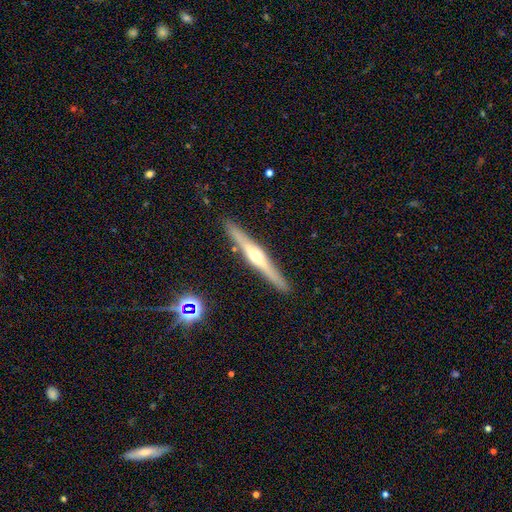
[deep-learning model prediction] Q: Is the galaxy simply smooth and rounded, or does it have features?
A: featured or disk — 76%.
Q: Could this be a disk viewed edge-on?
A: yes — 98%.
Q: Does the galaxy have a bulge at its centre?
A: rounded — 91%.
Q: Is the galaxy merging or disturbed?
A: none — 91%.